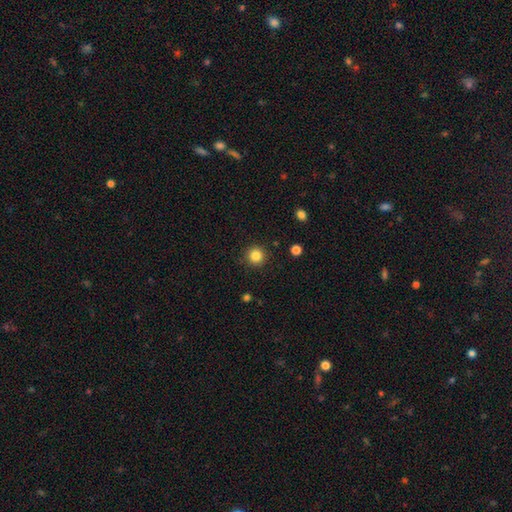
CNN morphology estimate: The model was most divided on "smooth or featured": smooth: 84%, star or artifact: 11%, featured or disk: 4%. More confident: how rounded — round (95%); merging — none (91%).